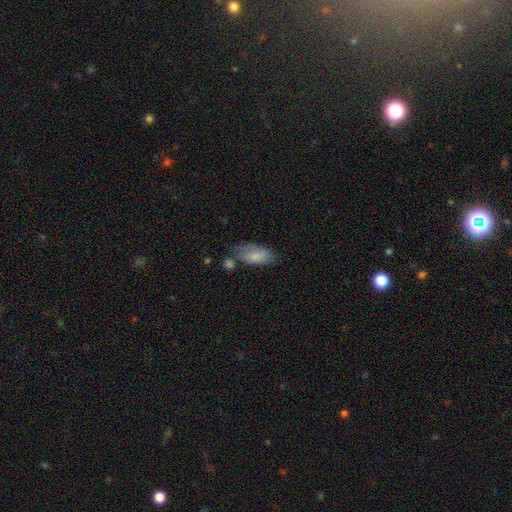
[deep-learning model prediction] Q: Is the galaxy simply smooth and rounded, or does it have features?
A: smooth — 80%.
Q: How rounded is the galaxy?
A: in between — 87%.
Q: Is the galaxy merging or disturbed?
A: none — 50%.